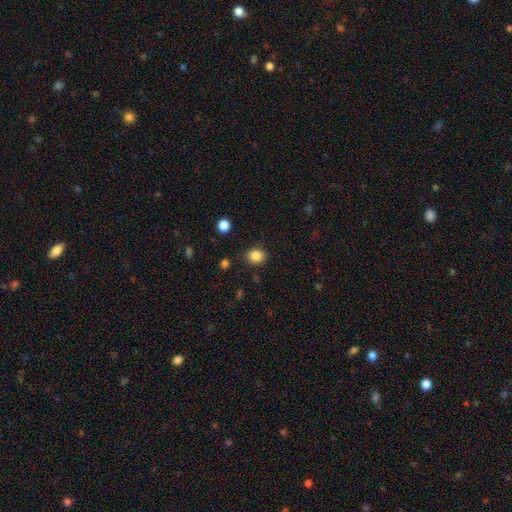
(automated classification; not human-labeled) Smooth or featured?
  - smooth: 85% *
  - star or artifact: 11%
  - featured or disk: 4%
How rounded?
  - round: 82% *
  - in between: 17%
  - cigar-shaped: 1%
Merging?
  - none: 87% *
  - minor disturbance: 8%
  - major disturbance: 2%
  - merger: 2%